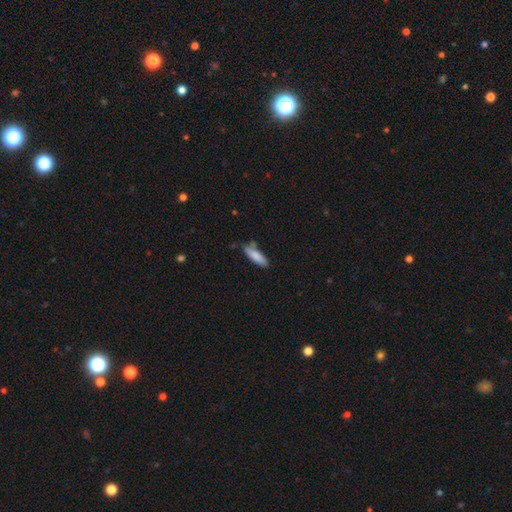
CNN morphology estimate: A smooth galaxy with no disk features (84%) that is cigar-shaped (54%).

Vote fractions:
- Smooth or featured? smooth: 84% / featured or disk: 10% / star or artifact: 6%
- How rounded? cigar-shaped: 54% / in between: 45% / round: 2%
- Merging? none: 70% / minor disturbance: 20% / merger: 6% / major disturbance: 4%